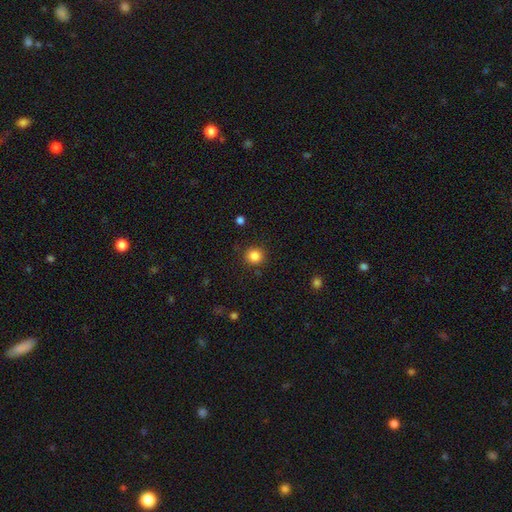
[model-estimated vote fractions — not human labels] smooth-or-featured: smooth: 84% | star or artifact: 11% | featured or disk: 4%
  how-rounded: round: 92% | in between: 7% | cigar-shaped: 1%
  merging: none: 90% | minor disturbance: 6% | major disturbance: 2% | merger: 1%